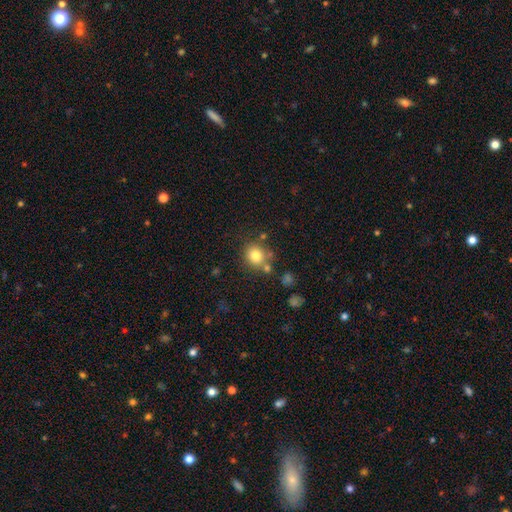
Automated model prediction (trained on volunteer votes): smooth_or_featured: smooth (p=0.78) [alt: star or artifact p=0.12]
how_rounded: round (p=0.83) [alt: in between p=0.16]
merging: none (p=0.73) [alt: merger p=0.12]